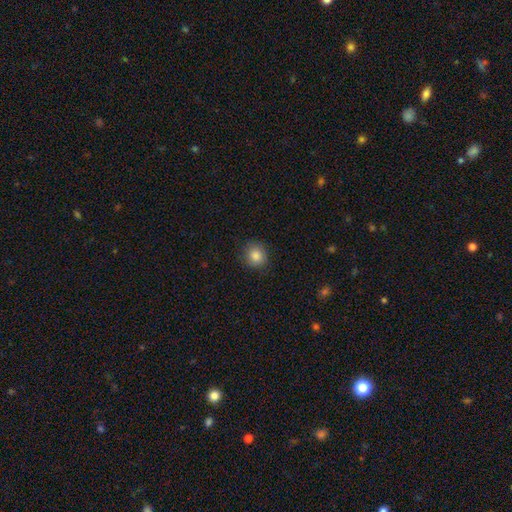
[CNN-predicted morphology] Smooth or featured? smooth (86%)
How rounded? round (88%)
Merging? none (88%)